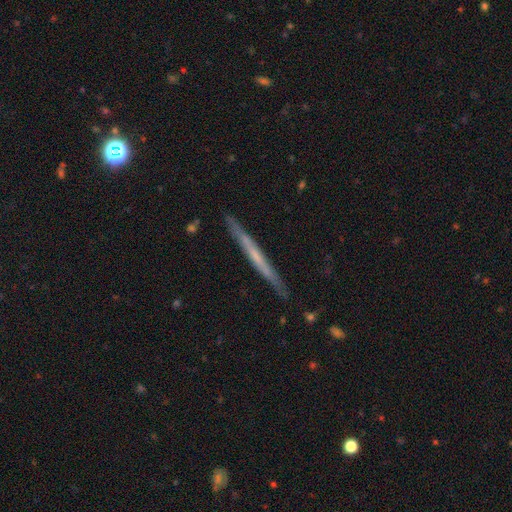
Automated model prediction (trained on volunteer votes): Morphology: type=featured or disk (58%); edge-on=yes (96%); edge-on bulge=none (80%); merging=none (88%).